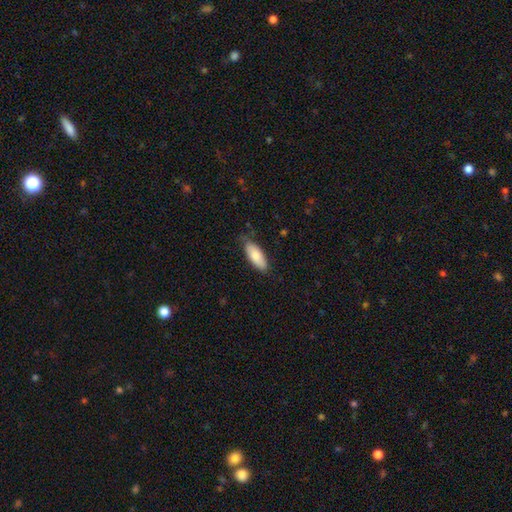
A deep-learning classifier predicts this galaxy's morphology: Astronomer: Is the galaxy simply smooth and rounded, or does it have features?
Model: smooth — 80%.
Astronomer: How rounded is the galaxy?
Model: in between — 80%.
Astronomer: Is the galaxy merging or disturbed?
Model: none — 75%.